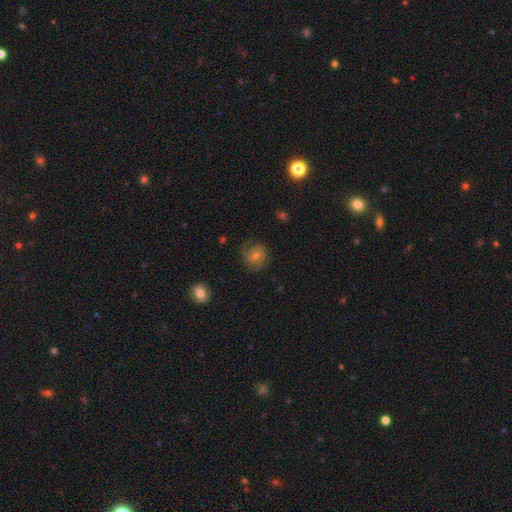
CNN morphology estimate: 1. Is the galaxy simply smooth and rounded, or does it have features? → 56% featured or disk, 29% smooth, 15% star or artifact.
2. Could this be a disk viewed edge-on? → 97% no, 3% yes.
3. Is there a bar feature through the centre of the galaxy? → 66% no, 29% weak, 5% strong.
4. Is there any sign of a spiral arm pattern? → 88% yes, 12% no.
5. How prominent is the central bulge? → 49% moderate, 45% small, 2% large, 2% none, 1% dominant.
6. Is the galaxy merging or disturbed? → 75% none, 16% minor disturbance, 8% major disturbance, 1% merger.